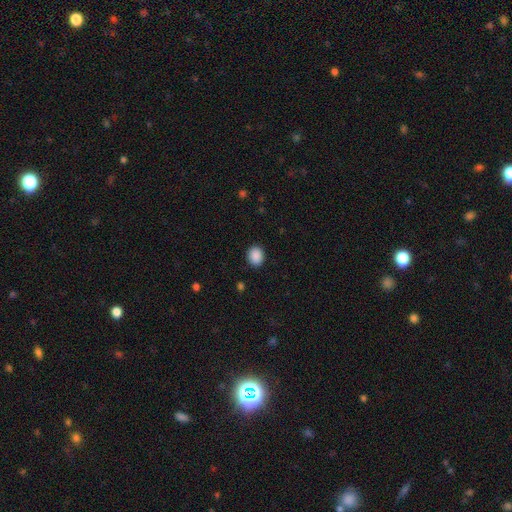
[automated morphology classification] smooth 89%, star or artifact 8%, featured or disk 2%. Down the decision tree: how rounded — round (59%); merging — none (90%).